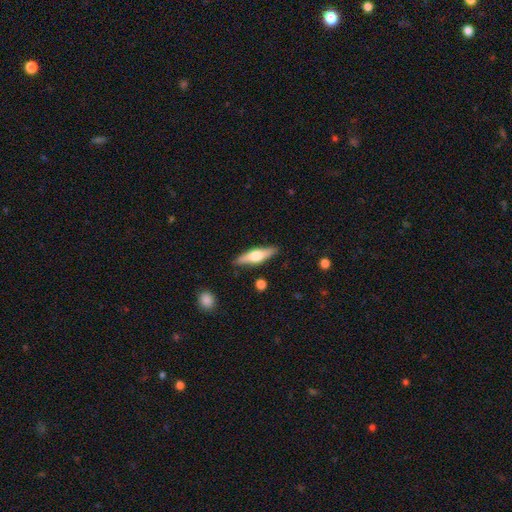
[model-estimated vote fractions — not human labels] featured or disk 55%, smooth 39%, star or artifact 6%. Down the decision tree: edge-on disk — yes (94%); edge-on bulge — rounded (90%); merging — none (87%).